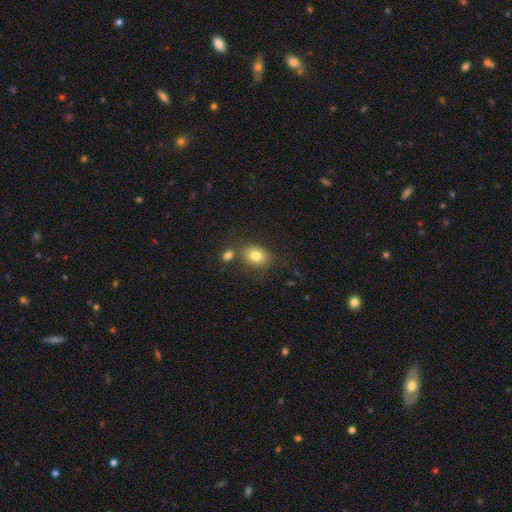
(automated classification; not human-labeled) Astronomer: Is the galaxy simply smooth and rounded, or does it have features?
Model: smooth — 80%.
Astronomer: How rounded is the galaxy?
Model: in between — 64%.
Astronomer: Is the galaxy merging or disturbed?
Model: none — 64%.